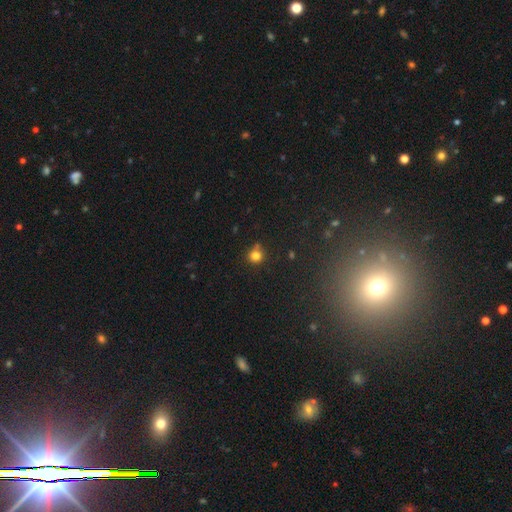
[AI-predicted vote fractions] Overall: smooth (80%). How rounded: round (91%). Merging: none (74%).